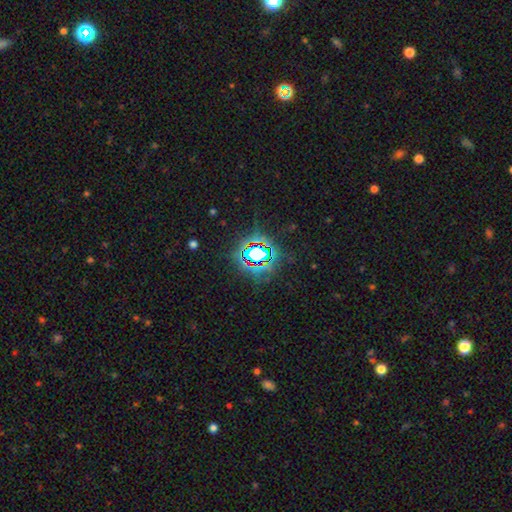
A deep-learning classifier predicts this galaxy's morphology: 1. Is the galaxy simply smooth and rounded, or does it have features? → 75% star or artifact, 14% smooth, 10% featured or disk.